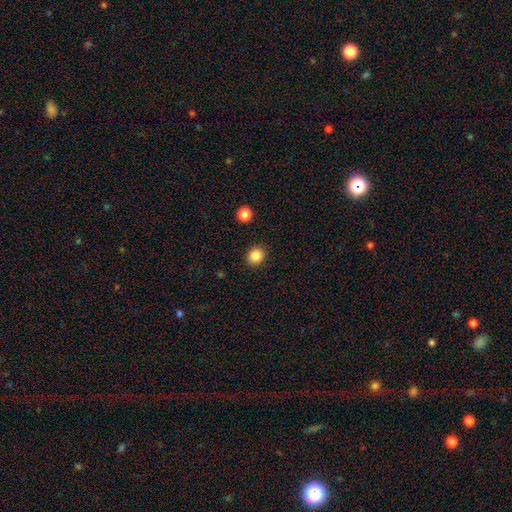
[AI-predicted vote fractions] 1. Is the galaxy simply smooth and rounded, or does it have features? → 86% smooth, 10% star or artifact, 3% featured or disk.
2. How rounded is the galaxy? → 81% round, 18% in between, 1% cigar-shaped.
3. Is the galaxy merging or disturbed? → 90% none, 6% minor disturbance, 2% major disturbance, 1% merger.